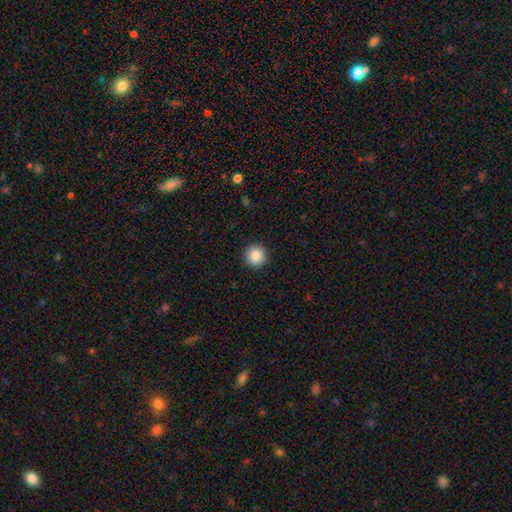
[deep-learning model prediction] The model was most divided on "smooth or featured": smooth: 88%, star or artifact: 9%, featured or disk: 3%. More confident: how rounded — round (96%); merging — none (93%).